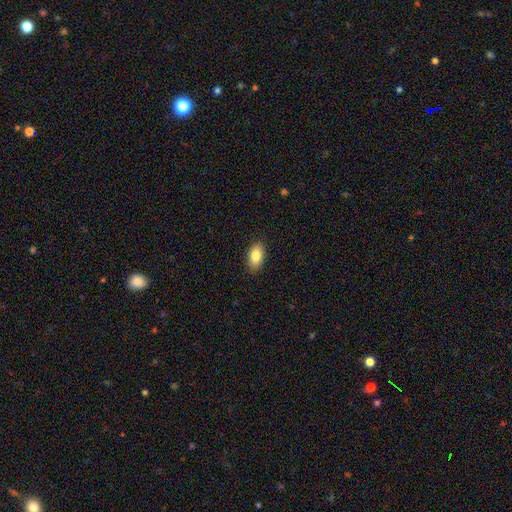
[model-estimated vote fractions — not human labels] A smooth galaxy with no disk features (84%) that is in between round and cigar-shaped (92%).

Vote fractions:
- Smooth or featured? smooth: 84% / featured or disk: 9% / star or artifact: 7%
- How rounded? in between: 92% / round: 5% / cigar-shaped: 3%
- Merging? none: 88% / minor disturbance: 9% / major disturbance: 2% / merger: 1%